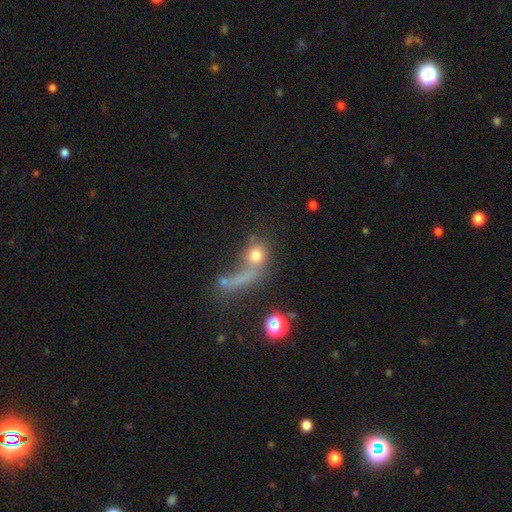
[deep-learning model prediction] This appears to be a smooth galaxy with no disk features (66%) that is round (69%). Merging: none (31%, tied with merger).